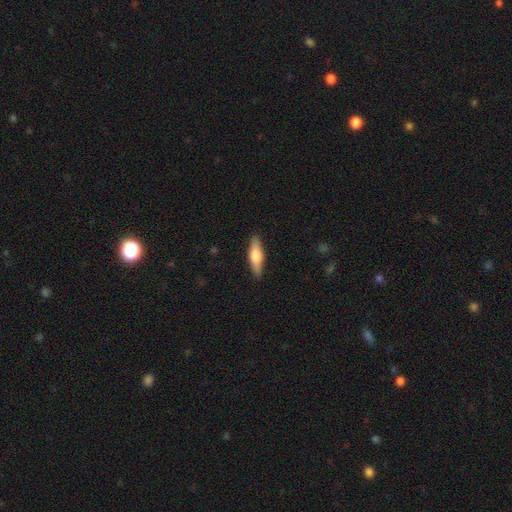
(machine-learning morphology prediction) This is possibly a smooth galaxy (59%). How rounded: likely cigar-shaped (61%). Merging: clearly none (89%).